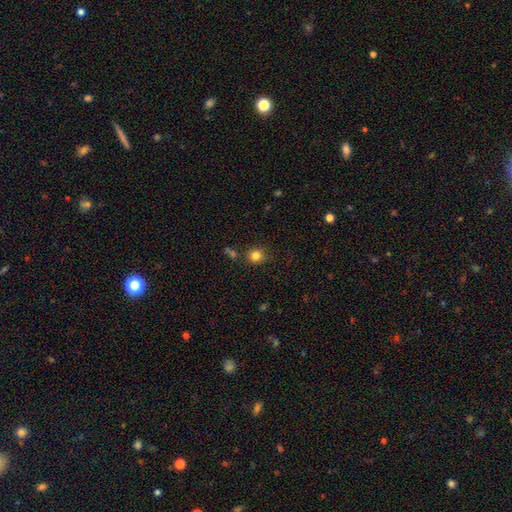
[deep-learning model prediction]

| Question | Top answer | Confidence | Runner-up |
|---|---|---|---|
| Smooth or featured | smooth | 82% | star or artifact (13%) |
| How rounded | round | 86% | in between (13%) |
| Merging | none | 83% | minor disturbance (9%) |